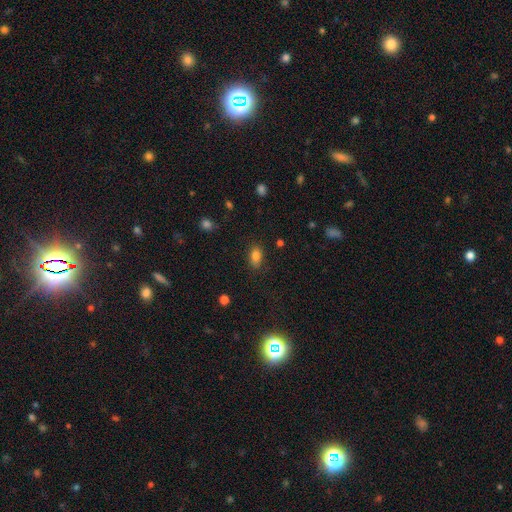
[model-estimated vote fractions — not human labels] Smooth or featured? Predicted: smooth (p=0.82). How rounded? Predicted: in between (p=0.85). Merging? Predicted: none (p=0.83).